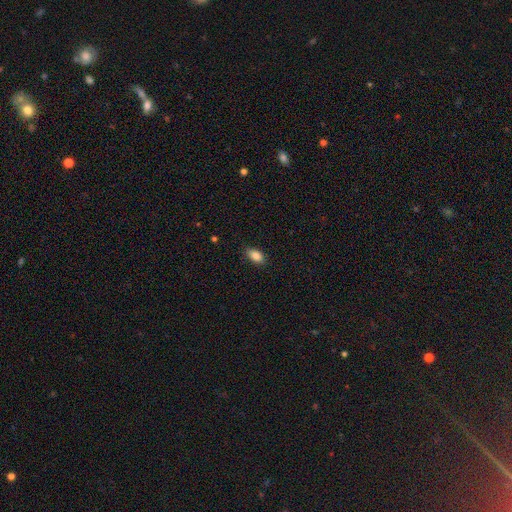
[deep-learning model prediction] smooth_or_featured: smooth (p=0.86) [alt: star or artifact p=0.08]
how_rounded: in between (p=0.90) [alt: round p=0.06]
merging: none (p=0.86) [alt: minor disturbance p=0.10]